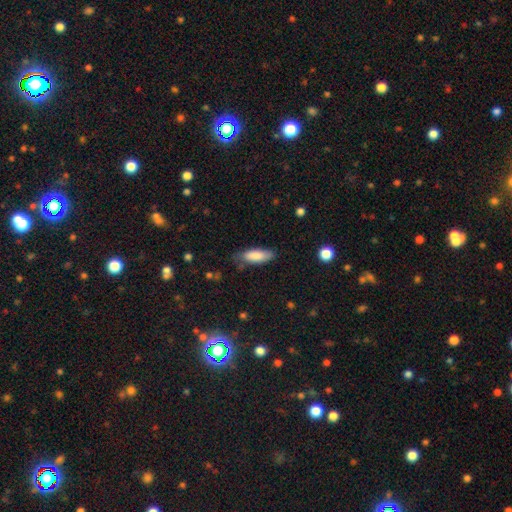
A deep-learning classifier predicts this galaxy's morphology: Overall: smooth (85%). How rounded: in between (67%; cigar-shaped 31%). Merging: none (70%).